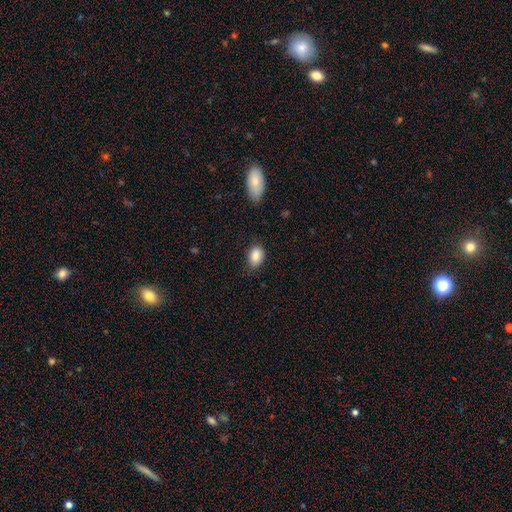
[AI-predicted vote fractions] smooth_or_featured: smooth (p=0.86) [alt: star or artifact p=0.08]
how_rounded: in between (p=0.73) [alt: round p=0.25]
merging: none (p=0.70) [alt: minor disturbance p=0.24]